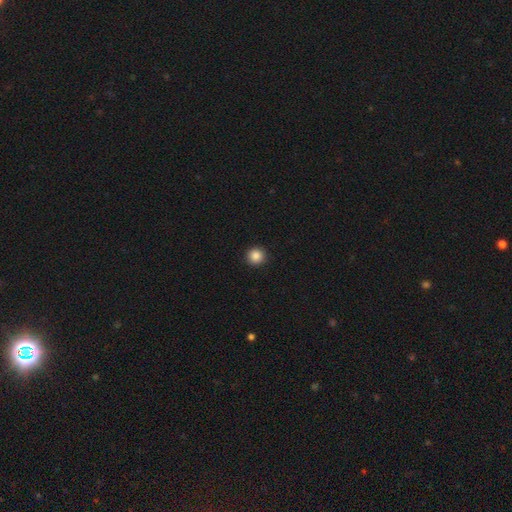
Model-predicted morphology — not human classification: type=smooth (87%); roundness=round (95%); merging=none (93%).